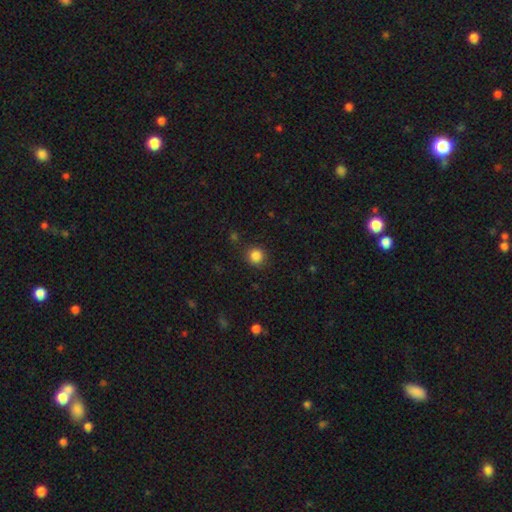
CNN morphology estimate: Overall: smooth (85%). How rounded: round (92%). Merging: none (87%).